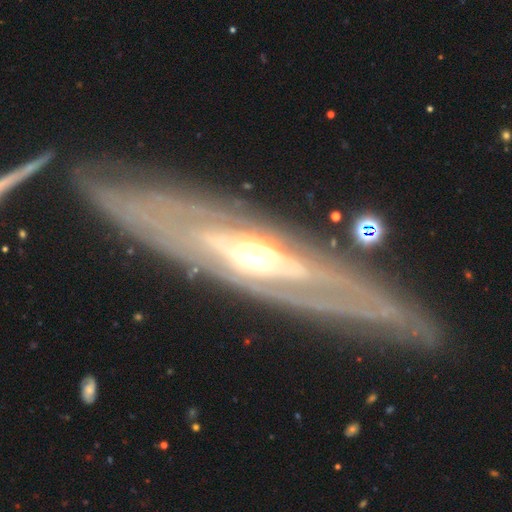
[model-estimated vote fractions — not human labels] smooth-or-featured: featured or disk: 86% | smooth: 9% | star or artifact: 5%
  disk-edge-on: no: 55% | yes: 45%
  merging: none: 80% | minor disturbance: 12% | major disturbance: 5% | merger: 2%